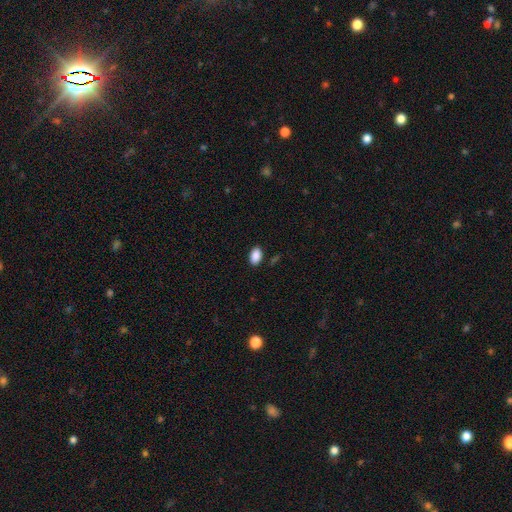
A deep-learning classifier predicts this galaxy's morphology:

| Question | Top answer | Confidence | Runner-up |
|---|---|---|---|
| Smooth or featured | smooth | 89% | star or artifact (8%) |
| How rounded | in between | 91% | round (8%) |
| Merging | none | 87% | minor disturbance (9%) |